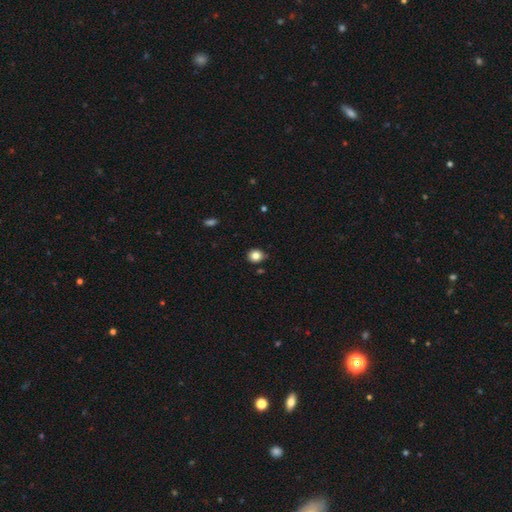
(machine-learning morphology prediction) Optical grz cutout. It shows a smooth galaxy with no disk features (82%) that is round (71%). Merging: none (80%).